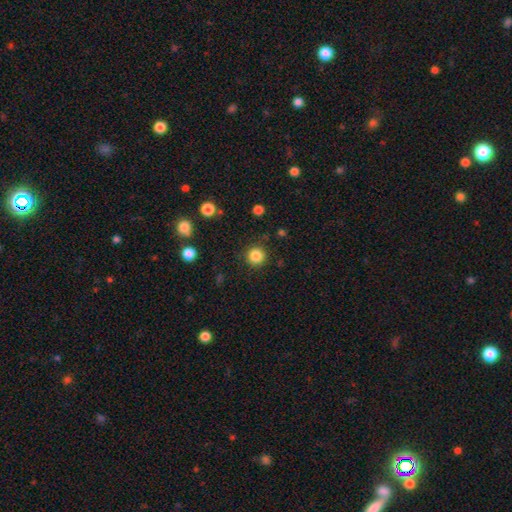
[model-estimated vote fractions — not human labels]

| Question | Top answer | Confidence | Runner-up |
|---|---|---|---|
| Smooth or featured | smooth | 85% | star or artifact (11%) |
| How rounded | round | 94% | in between (5%) |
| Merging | none | 89% | minor disturbance (7%) |